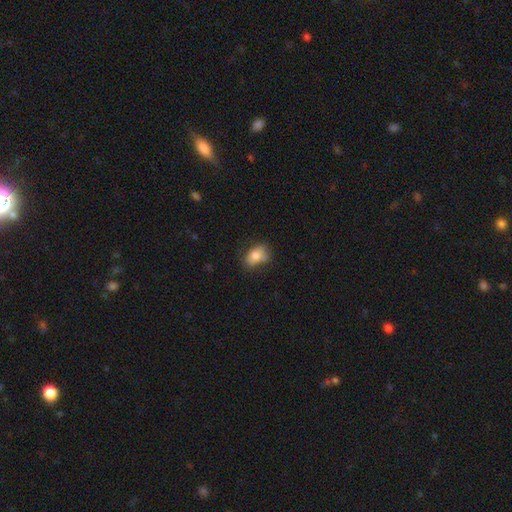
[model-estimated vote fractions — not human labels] This appears to be a smooth galaxy with no disk features (79%) that is in between round and cigar-shaped (77%). Merging: none (62%).